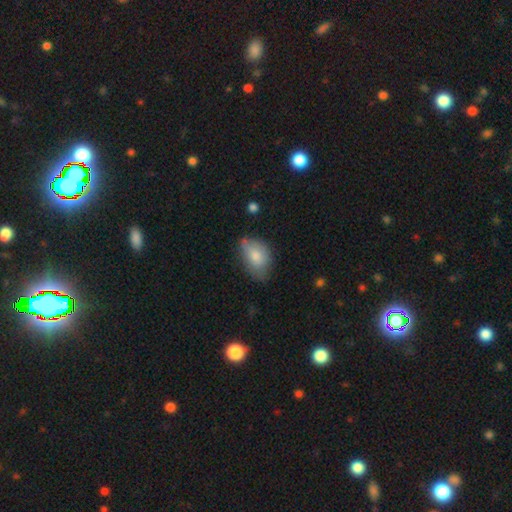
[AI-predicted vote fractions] smooth_or_featured: smooth (p=0.77) [alt: featured or disk p=0.16]
how_rounded: in between (p=0.89) [alt: round p=0.09]
merging: none (p=0.48) [alt: minor disturbance p=0.38]